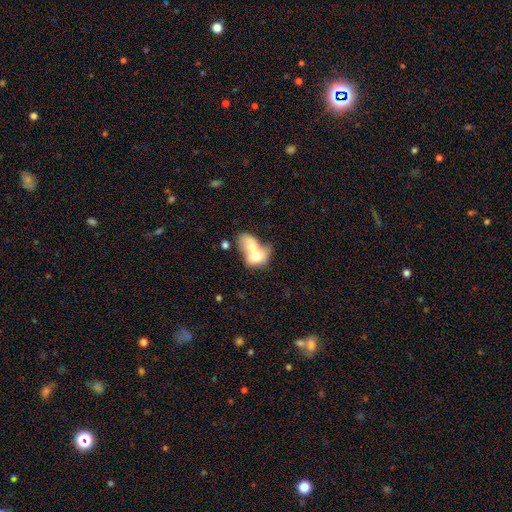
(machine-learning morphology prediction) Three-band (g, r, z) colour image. It shows a smooth galaxy with no disk features (64%) that is in between round and cigar-shaped (70%). Merging: merger (80%).